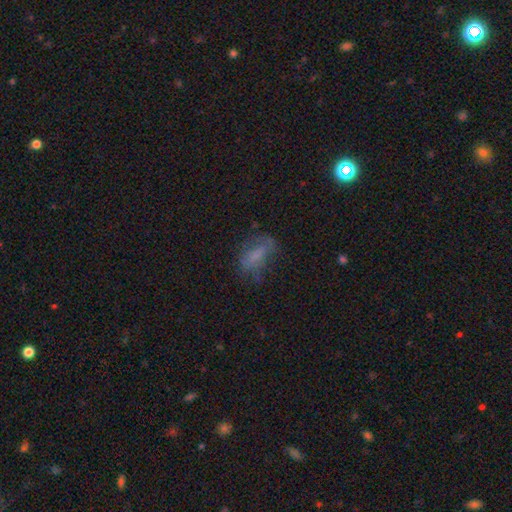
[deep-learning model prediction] smooth 57%, featured or disk 29%, star or artifact 15%. Down the decision tree: how rounded — in between (81%); merging — none (50%).